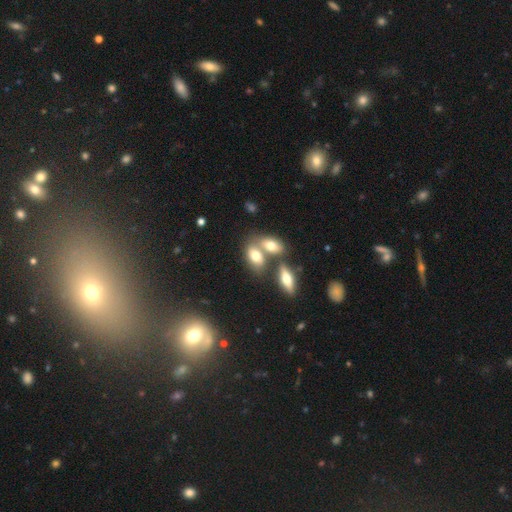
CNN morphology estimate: smooth 69%, featured or disk 22%, star or artifact 9%. Down the decision tree: how rounded — in between (86%); merging — merger (51%).